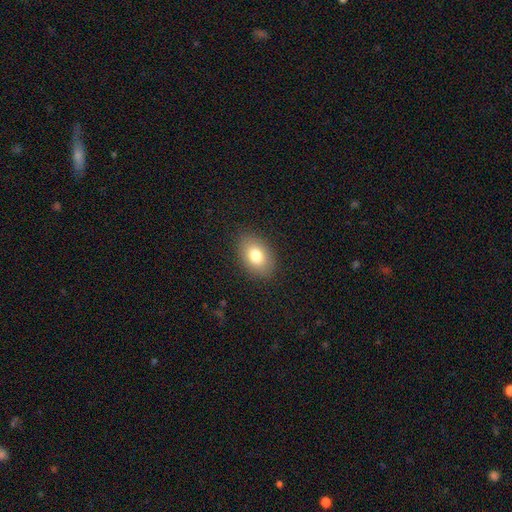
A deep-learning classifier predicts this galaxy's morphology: Smooth or featured? Predicted: smooth (p=0.79). How rounded? Predicted: in between (p=0.85). Merging? Predicted: none (p=0.87).